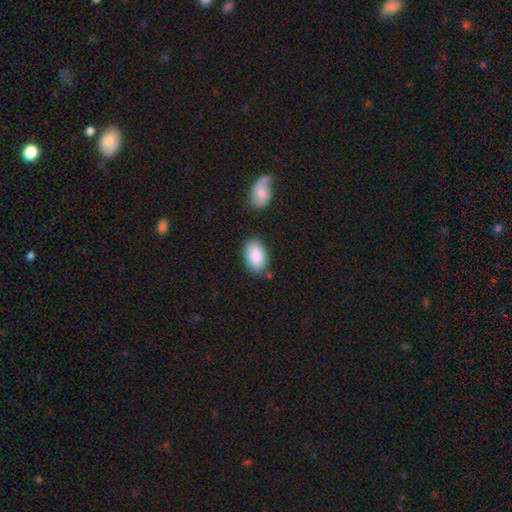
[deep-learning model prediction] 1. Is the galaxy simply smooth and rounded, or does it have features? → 90% smooth, 6% star or artifact, 5% featured or disk.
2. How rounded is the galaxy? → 93% in between, 5% round, 1% cigar-shaped.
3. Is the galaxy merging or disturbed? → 77% none, 14% minor disturbance, 5% merger, 4% major disturbance.